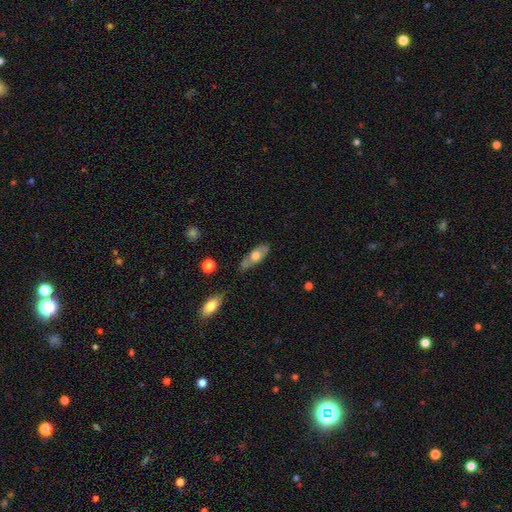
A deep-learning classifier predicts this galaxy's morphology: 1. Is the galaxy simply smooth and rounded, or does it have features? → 53% smooth, 41% featured or disk, 6% star or artifact.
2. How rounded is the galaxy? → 72% in between, 24% cigar-shaped, 4% round.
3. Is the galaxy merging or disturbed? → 72% none, 20% minor disturbance, 4% major disturbance, 3% merger.